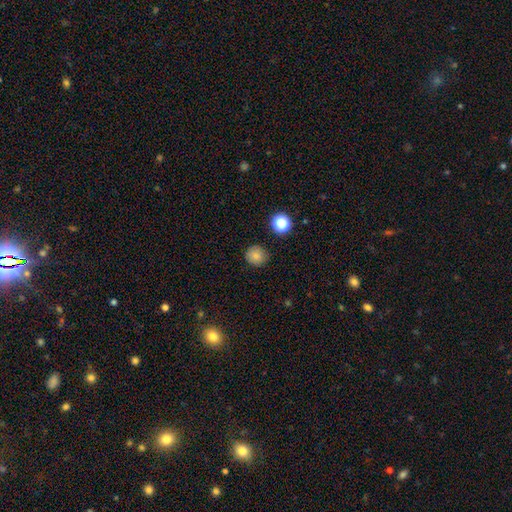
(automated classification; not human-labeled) smooth_or_featured: smooth (p=0.82) [alt: star or artifact p=0.13]
how_rounded: round (p=0.91) [alt: in between p=0.08]
merging: none (p=0.87) [alt: minor disturbance p=0.09]